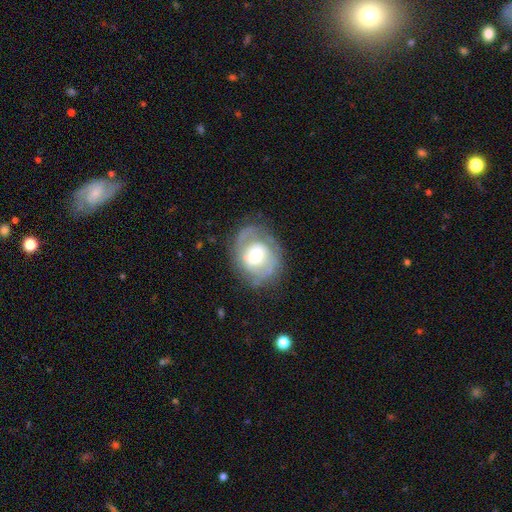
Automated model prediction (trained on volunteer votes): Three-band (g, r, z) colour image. It shows a featured or disk galaxy (69%) with no bar (53%), 2 (60%) tight (45%) spiral arms (78%) and a moderate central bulge (55%). Merging: none (69%).